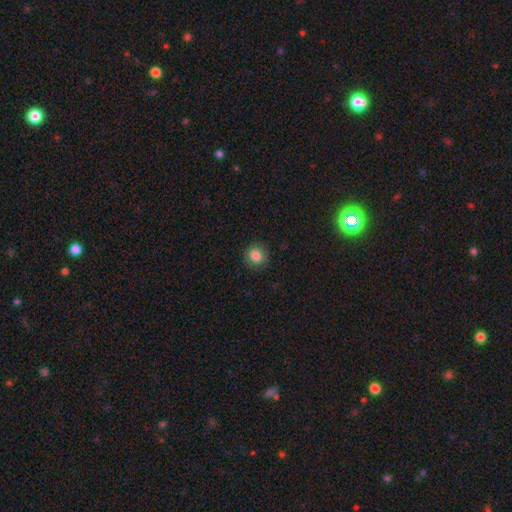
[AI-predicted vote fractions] A smooth galaxy with no disk features (84%) that is round (88%).

Vote fractions:
- Smooth or featured? smooth: 84% / star or artifact: 10% / featured or disk: 6%
- How rounded? round: 88% / in between: 11% / cigar-shaped: 1%
- Merging? none: 88% / minor disturbance: 8% / major disturbance: 2% / merger: 1%